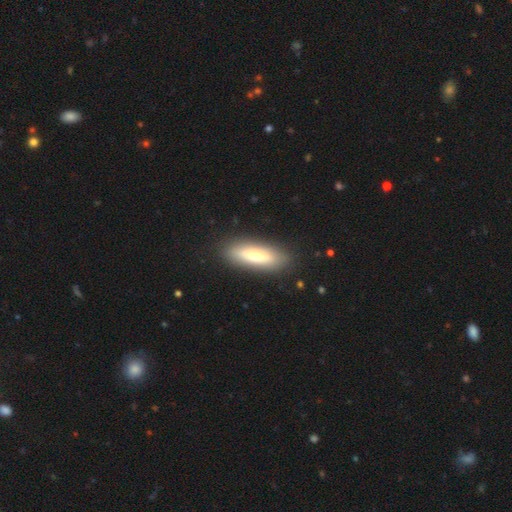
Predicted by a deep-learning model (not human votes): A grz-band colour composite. It shows a smooth galaxy with no disk features (63%) that is cigar-shaped (51%). Merging: none (88%).